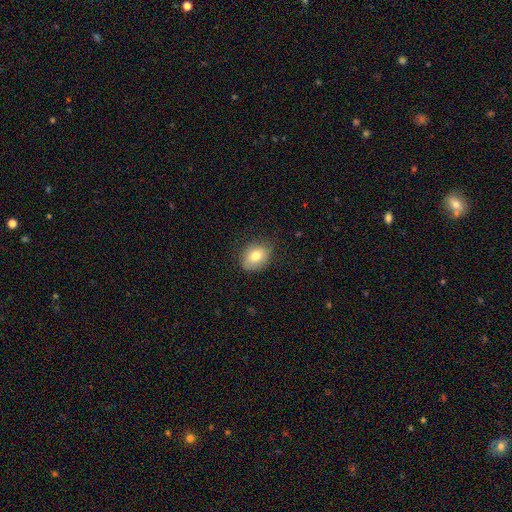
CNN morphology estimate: The model was most divided on "how rounded": in between: 62%, round: 37%, cigar-shaped: 1%. More confident: smooth or featured — smooth (78%); merging — none (76%).